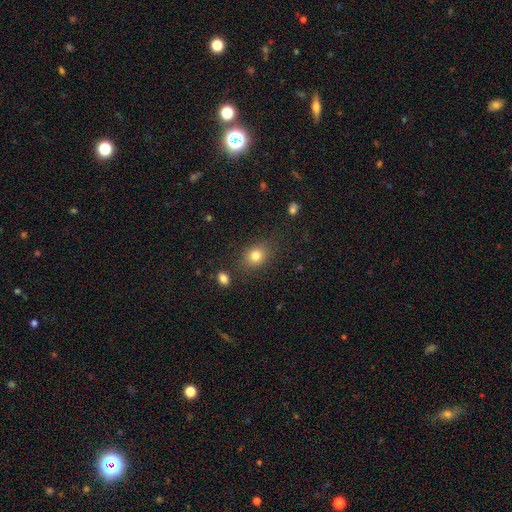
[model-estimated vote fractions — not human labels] This is clearly a smooth galaxy (81%). How rounded: possibly in between (51%). Merging: clearly none (81%).